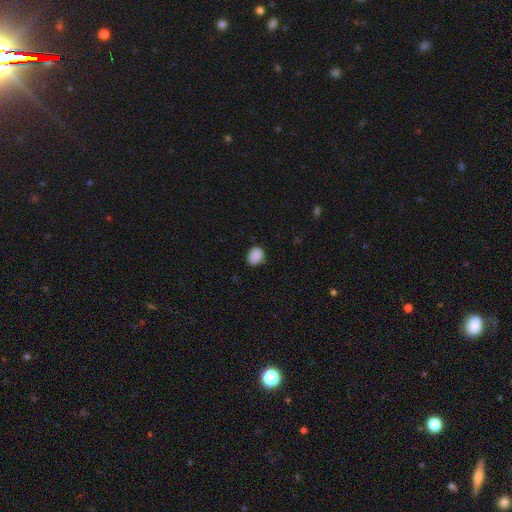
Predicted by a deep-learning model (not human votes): The model was most divided on "how rounded": in between: 56%, round: 43%, cigar-shaped: 1%. More confident: smooth or featured — smooth (89%); merging — none (80%).